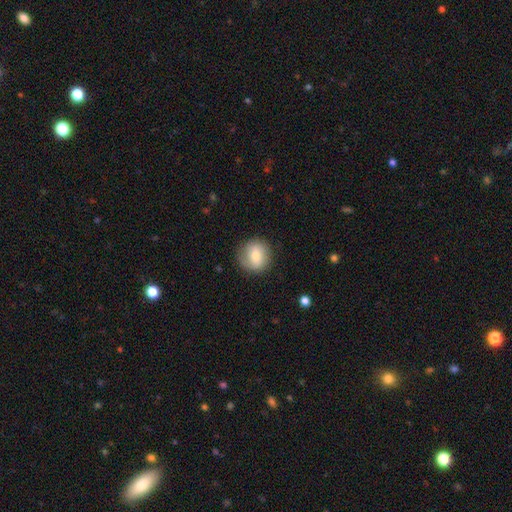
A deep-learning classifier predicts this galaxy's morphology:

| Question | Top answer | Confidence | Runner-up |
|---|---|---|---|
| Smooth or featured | smooth | 68% | featured or disk (24%) |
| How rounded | round | 89% | in between (10%) |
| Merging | none | 84% | minor disturbance (11%) |